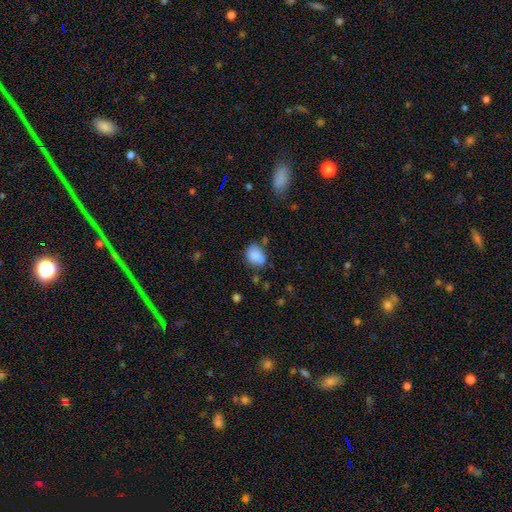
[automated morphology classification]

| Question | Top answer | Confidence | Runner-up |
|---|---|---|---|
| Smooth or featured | smooth | 81% | featured or disk (10%) |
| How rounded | in between | 54% | round (45%) |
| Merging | none | 54% | minor disturbance (26%) |